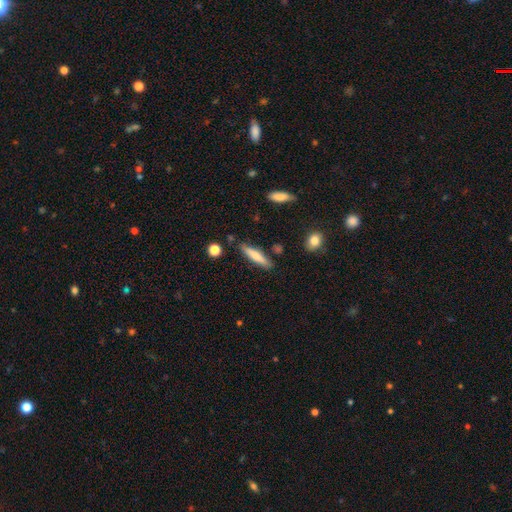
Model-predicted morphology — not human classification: This is likely a smooth galaxy (68%). How rounded: clearly cigar-shaped (81%). Merging: clearly none (82%).